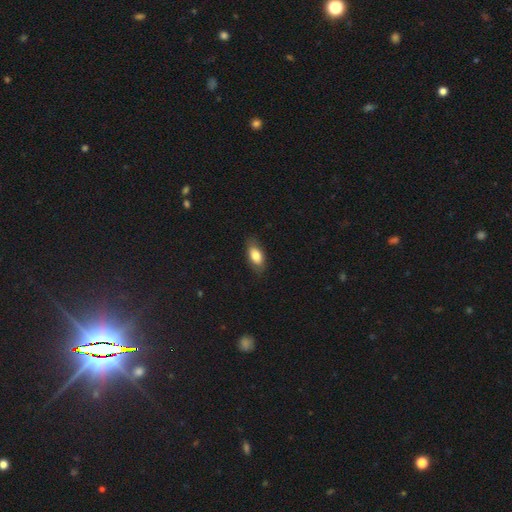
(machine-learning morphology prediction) A smooth galaxy with no disk features (79%) that is in between round and cigar-shaped (87%).

Vote fractions:
- Smooth or featured? smooth: 79% / featured or disk: 14% / star or artifact: 7%
- How rounded? in between: 87% / cigar-shaped: 8% / round: 5%
- Merging? none: 79% / minor disturbance: 16% / major disturbance: 4% / merger: 1%